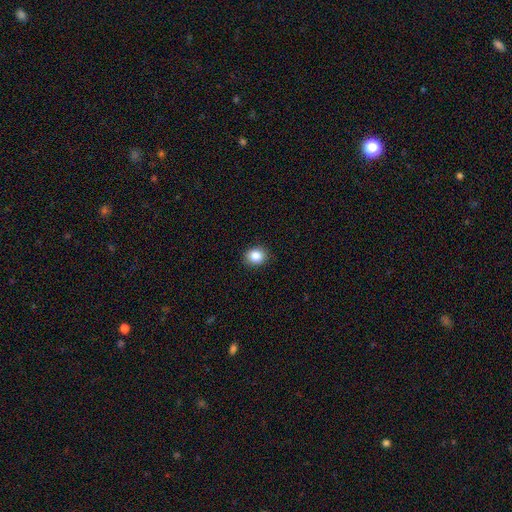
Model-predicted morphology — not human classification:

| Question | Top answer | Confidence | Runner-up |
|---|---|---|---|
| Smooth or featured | smooth | 86% | star or artifact (10%) |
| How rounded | round | 72% | in between (27%) |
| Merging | none | 90% | minor disturbance (7%) |